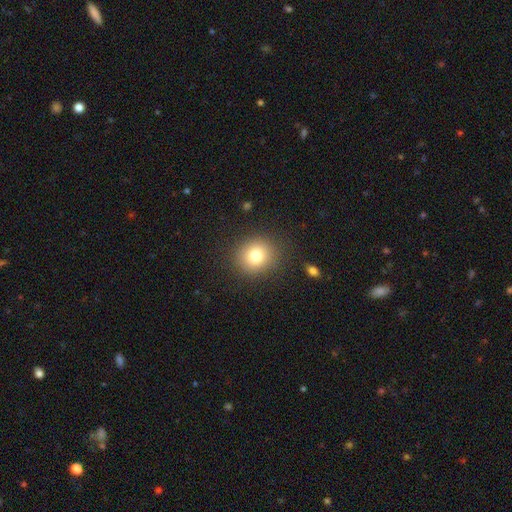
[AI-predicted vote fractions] Q: Smooth or featured?
A: smooth (80%); runner-up: star or artifact (11%)
Q: How rounded?
A: round (81%); runner-up: in between (18%)
Q: Merging?
A: none (88%); runner-up: minor disturbance (8%)